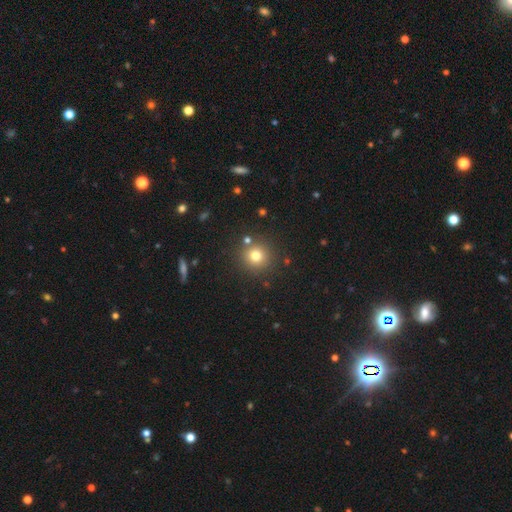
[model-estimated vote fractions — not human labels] smooth-or-featured: smooth: 77% | star or artifact: 15% | featured or disk: 8%
  how-rounded: round: 94% | in between: 6% | cigar-shaped: 1%
  merging: none: 85% | minor disturbance: 7% | merger: 6% | major disturbance: 3%